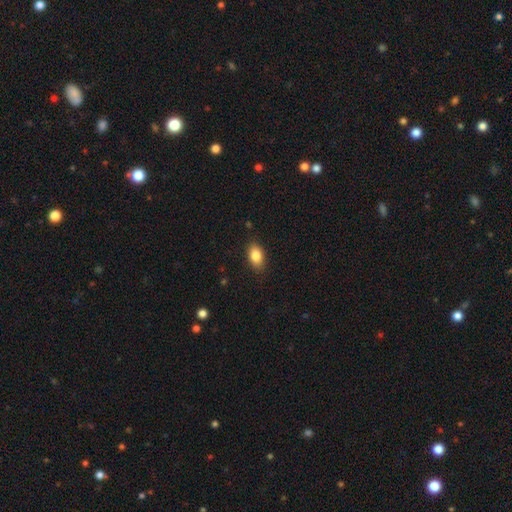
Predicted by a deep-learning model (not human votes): A smooth galaxy with no disk features (84%) that is in between round and cigar-shaped (87%). Merging: none (86%).